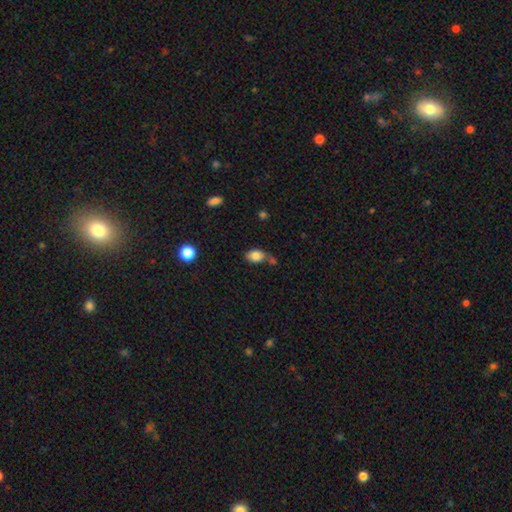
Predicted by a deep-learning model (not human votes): A smooth galaxy with no disk features (83%) that is in between round and cigar-shaped (80%). Merging: none (53%).